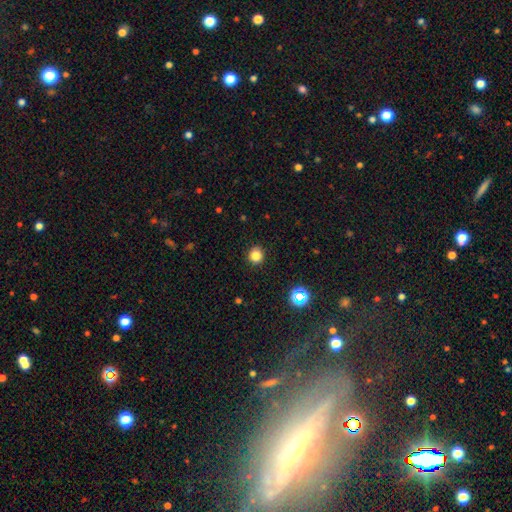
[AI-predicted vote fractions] Smooth or featured?
  - smooth: 82% *
  - star or artifact: 14%
  - featured or disk: 4%
How rounded?
  - round: 91% *
  - in between: 8%
  - cigar-shaped: 1%
Merging?
  - none: 92% *
  - minor disturbance: 5%
  - major disturbance: 2%
  - merger: 1%